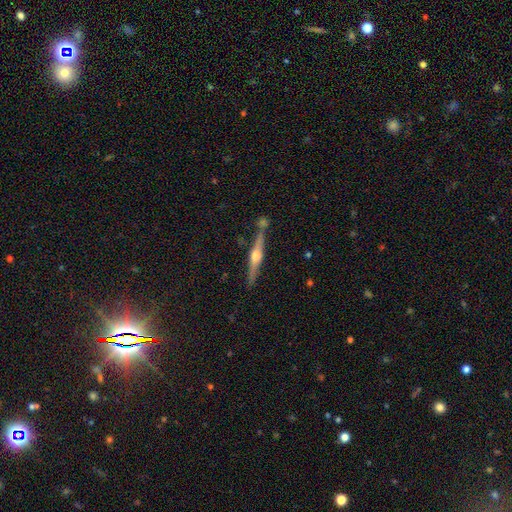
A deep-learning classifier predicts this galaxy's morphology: Smooth or featured?
  - featured or disk: 77% *
  - smooth: 17%
  - star or artifact: 6%
Edge-on disk?
  - yes: 98% *
  - no: 2%
Edge-on bulge?
  - rounded: 90% *
  - boxy: 7%
  - none: 3%
Merging?
  - none: 80% *
  - minor disturbance: 11%
  - merger: 7%
  - major disturbance: 2%